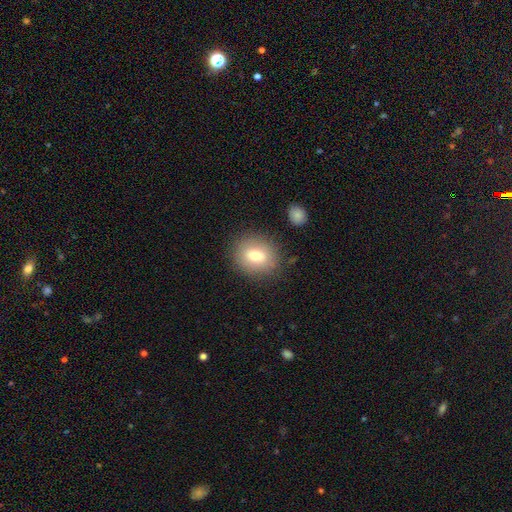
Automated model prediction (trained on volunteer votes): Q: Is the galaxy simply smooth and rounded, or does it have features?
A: smooth — 73%.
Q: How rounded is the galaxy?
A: round — 66%.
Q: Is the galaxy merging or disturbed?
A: none — 84%.